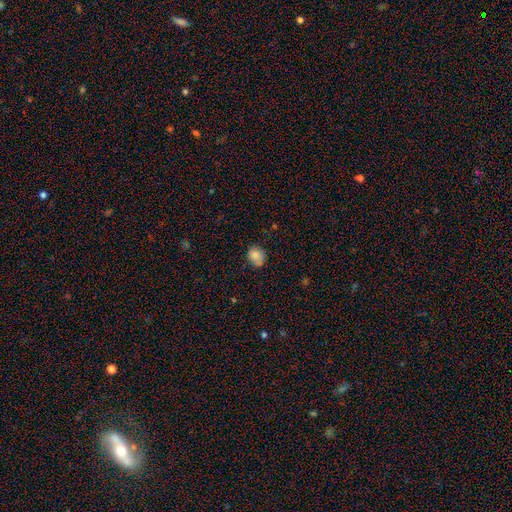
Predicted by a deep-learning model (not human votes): This is clearly a smooth galaxy (81%). How rounded: possibly round (57%). Merging: likely none (68%).